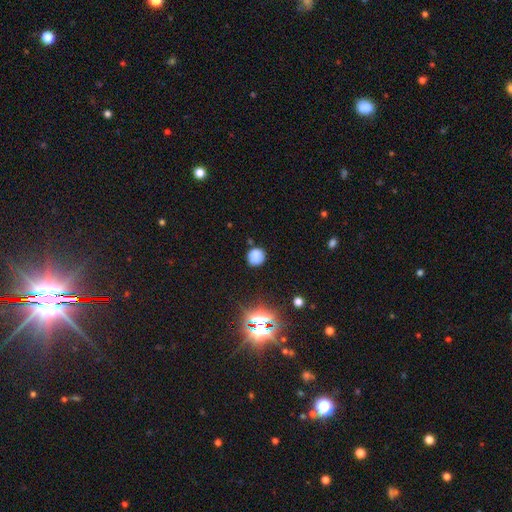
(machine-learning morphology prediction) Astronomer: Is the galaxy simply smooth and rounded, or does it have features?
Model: smooth — 78%.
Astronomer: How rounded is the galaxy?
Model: round — 87%.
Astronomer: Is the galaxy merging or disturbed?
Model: none — 81%.